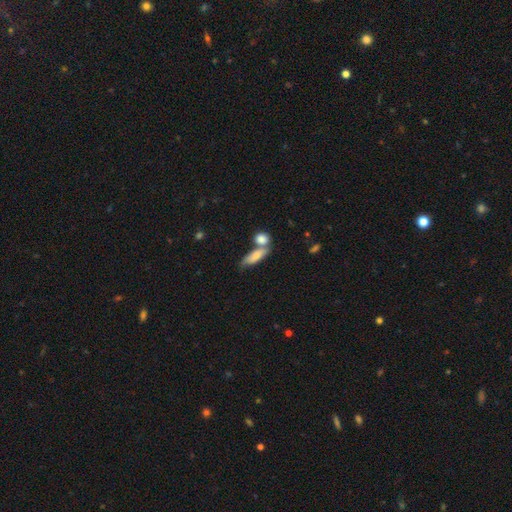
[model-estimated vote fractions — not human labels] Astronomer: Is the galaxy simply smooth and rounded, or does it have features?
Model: smooth — 76%.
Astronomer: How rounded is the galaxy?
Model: in between — 57% (runner-up: cigar-shaped, 38%).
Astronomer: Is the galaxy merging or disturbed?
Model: none — 41% (runner-up: merger, 39%).